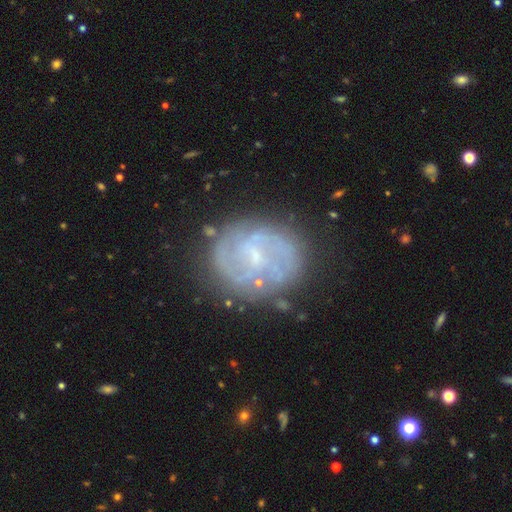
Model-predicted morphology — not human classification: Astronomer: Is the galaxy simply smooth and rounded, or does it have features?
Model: featured or disk — 78%.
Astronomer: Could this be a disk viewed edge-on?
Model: no — 98%.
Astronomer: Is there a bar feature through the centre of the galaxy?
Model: weak — 55% (runner-up: no, 30%).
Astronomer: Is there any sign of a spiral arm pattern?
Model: yes — 86%.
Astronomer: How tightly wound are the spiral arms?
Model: medium — 42% (runner-up: tight, 40%).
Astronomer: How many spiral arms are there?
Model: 2 — 55%.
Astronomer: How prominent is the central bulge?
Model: small — 68%.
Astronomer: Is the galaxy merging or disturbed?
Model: none — 73%.